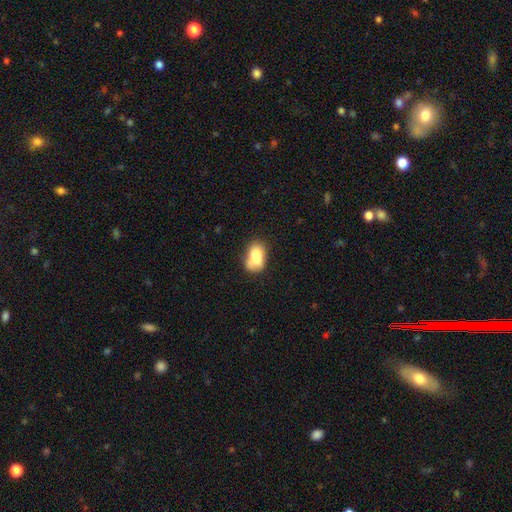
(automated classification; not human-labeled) This appears to be a smooth galaxy with no disk features (74%) that is in between round and cigar-shaped (82%). Merging: none (40%).